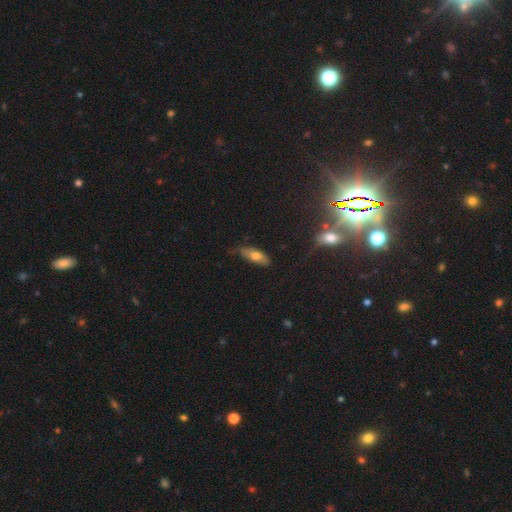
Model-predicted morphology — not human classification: smooth-or-featured: smooth: 65% | featured or disk: 28% | star or artifact: 8%
  how-rounded: in between: 68% | cigar-shaped: 30% | round: 3%
  merging: none: 61% | minor disturbance: 31% | major disturbance: 7% | merger: 2%